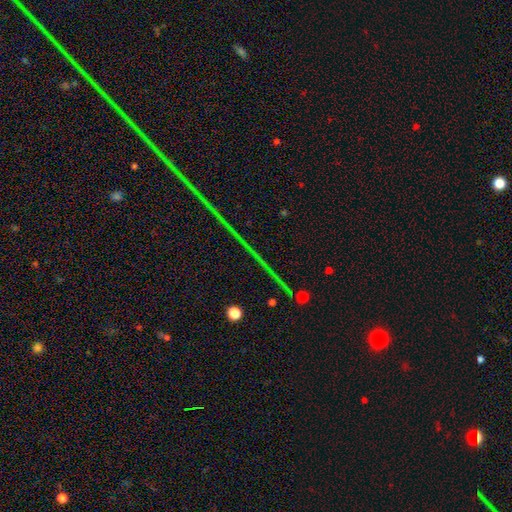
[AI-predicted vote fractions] smooth-or-featured: star or artifact: 86% | featured or disk: 7% | smooth: 6%